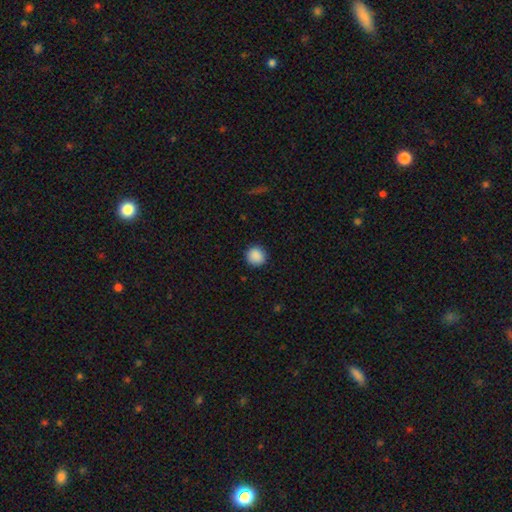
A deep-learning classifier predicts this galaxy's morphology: Overall: smooth (89%). How rounded: round (93%). Merging: none (91%).